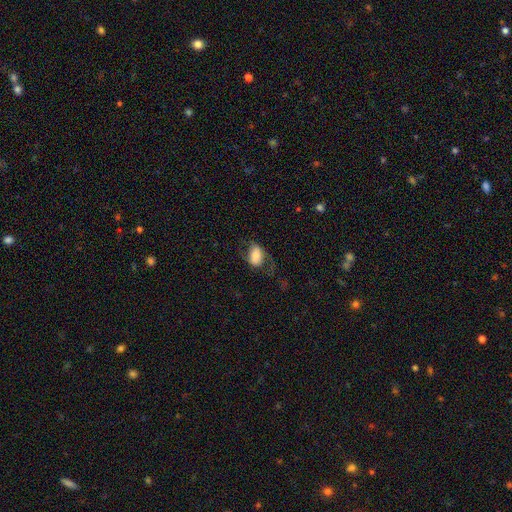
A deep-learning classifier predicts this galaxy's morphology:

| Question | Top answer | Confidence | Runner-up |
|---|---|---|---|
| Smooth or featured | smooth | 61% | featured or disk (31%) |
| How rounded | in between | 87% | round (11%) |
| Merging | none | 49% | major disturbance (28%) |